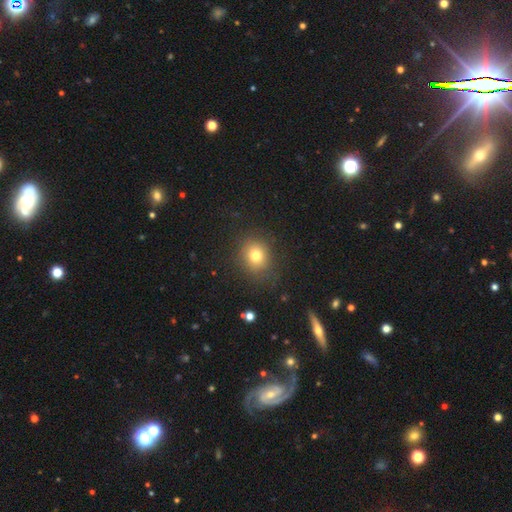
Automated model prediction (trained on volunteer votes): Morphology: type=smooth (76%); roundness=round (78%); merging=none (84%).